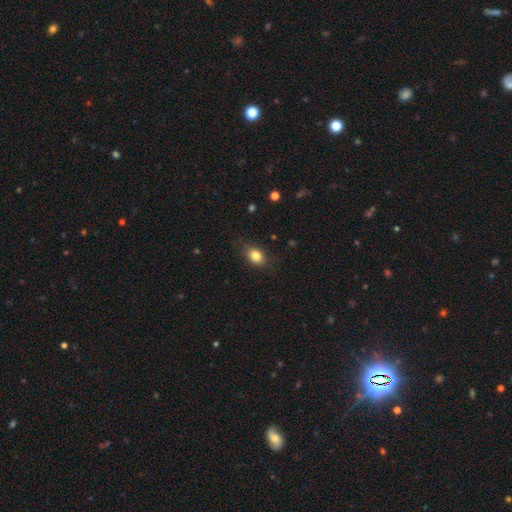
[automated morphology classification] A smooth galaxy with no disk features (83%) that is in between round and cigar-shaped (74%).

Vote fractions:
- Smooth or featured? smooth: 83% / star or artifact: 9% / featured or disk: 8%
- How rounded? in between: 74% / round: 24% / cigar-shaped: 2%
- Merging? none: 80% / minor disturbance: 15% / major disturbance: 4% / merger: 1%